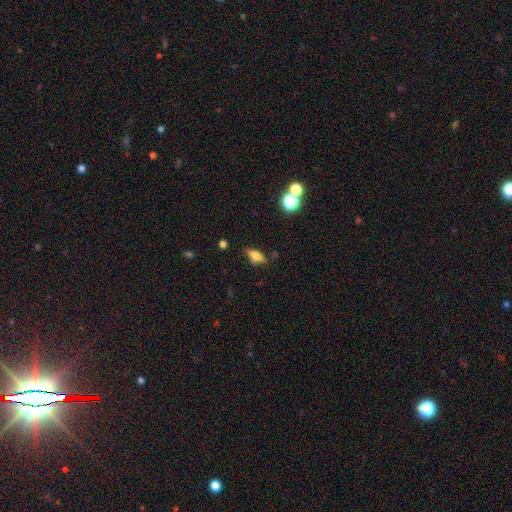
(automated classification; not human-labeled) smooth-or-featured: smooth: 68% | featured or disk: 21% | star or artifact: 11%
  how-rounded: in between: 73% | cigar-shaped: 21% | round: 6%
  merging: none: 73% | minor disturbance: 19% | major disturbance: 5% | merger: 3%